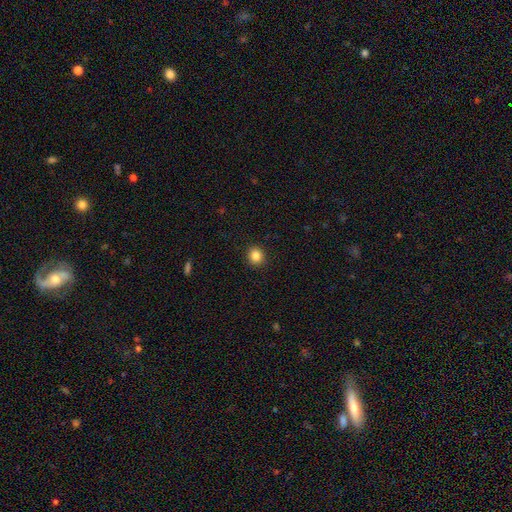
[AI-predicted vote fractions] Smooth or featured? smooth (86%)
How rounded? round (85%)
Merging? none (92%)